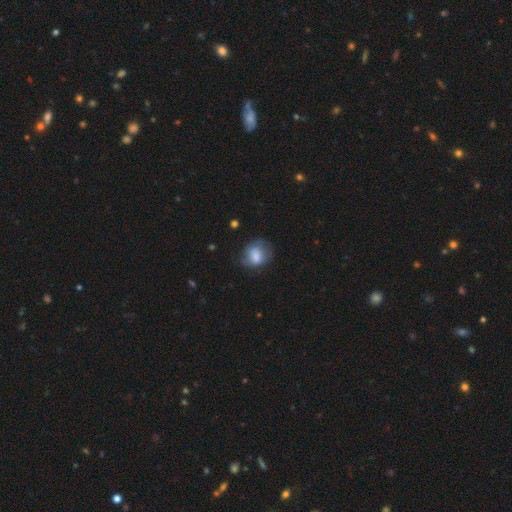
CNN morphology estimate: A smooth galaxy with no disk features (69%) that is round (53%).

Vote fractions:
- Smooth or featured? smooth: 69% / featured or disk: 23% / star or artifact: 8%
- How rounded? round: 53% / in between: 46% / cigar-shaped: 1%
- Merging? none: 55% / minor disturbance: 27% / major disturbance: 16% / merger: 2%